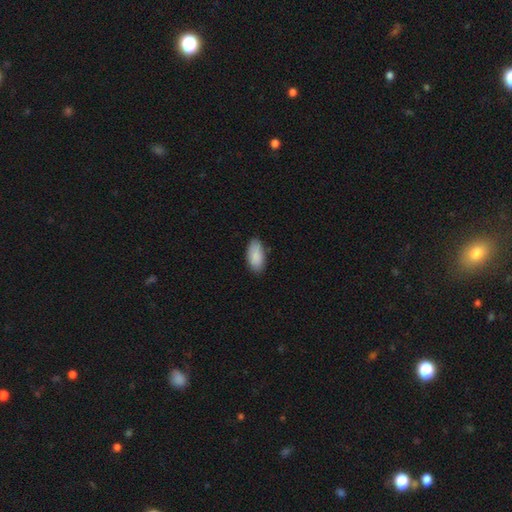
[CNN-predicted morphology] A smooth galaxy with no disk features (89%) that is in between round and cigar-shaped (93%).

Vote fractions:
- Smooth or featured? smooth: 89% / star or artifact: 6% / featured or disk: 5%
- How rounded? in between: 93% / cigar-shaped: 5% / round: 2%
- Merging? none: 80% / minor disturbance: 16% / major disturbance: 2% / merger: 1%